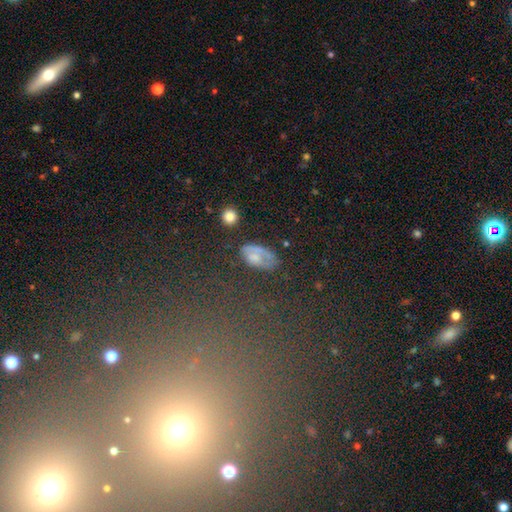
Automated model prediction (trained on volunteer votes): Smooth or featured?
  - smooth: 54% *
  - featured or disk: 30%
  - star or artifact: 16%
How rounded?
  - in between: 89% *
  - round: 8%
  - cigar-shaped: 3%
Merging?
  - none: 51% *
  - minor disturbance: 28%
  - major disturbance: 15%
  - merger: 5%